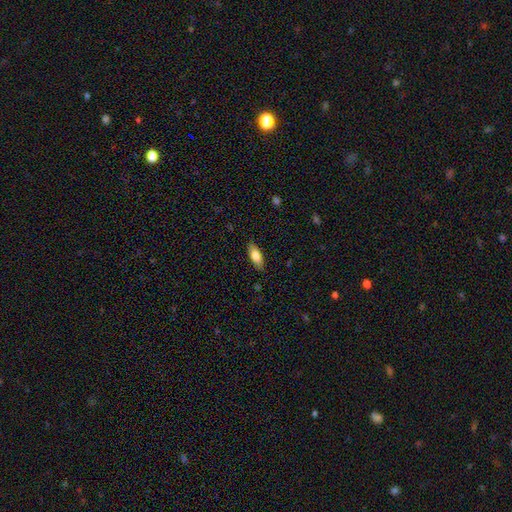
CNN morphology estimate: smooth_or_featured: smooth (p=0.78) [alt: featured or disk p=0.16]
how_rounded: in between (p=0.78) [alt: cigar-shaped p=0.20]
merging: none (p=0.86) [alt: minor disturbance p=0.10]